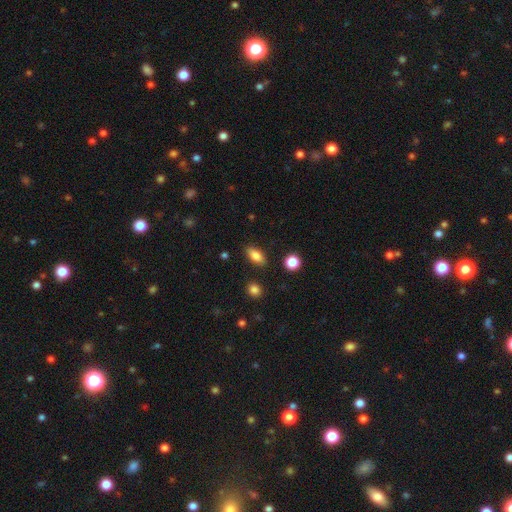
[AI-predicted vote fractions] Q: Smooth or featured?
A: smooth (83%); runner-up: star or artifact (9%)
Q: How rounded?
A: in between (86%); runner-up: cigar-shaped (9%)
Q: Merging?
A: none (87%); runner-up: minor disturbance (9%)